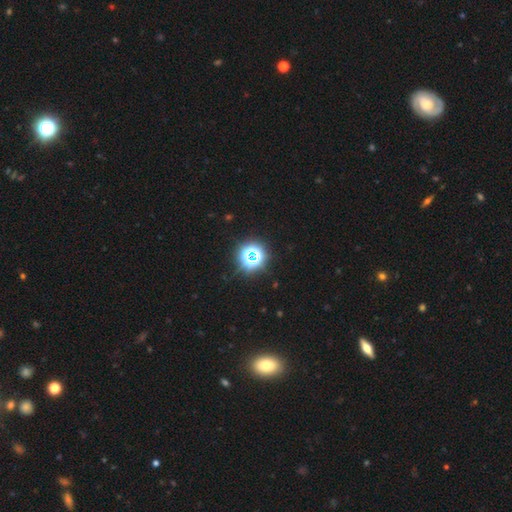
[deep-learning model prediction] The model was most divided on "smooth or featured": star or artifact: 69%, smooth: 22%, featured or disk: 9%.